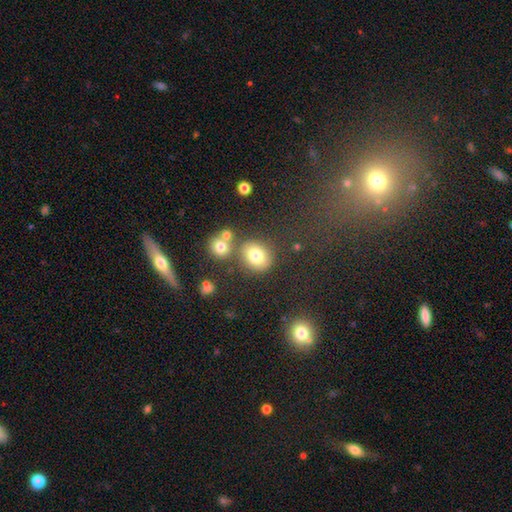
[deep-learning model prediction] A smooth galaxy with no disk features (76%) that is round (69%). Merging: none (70%).